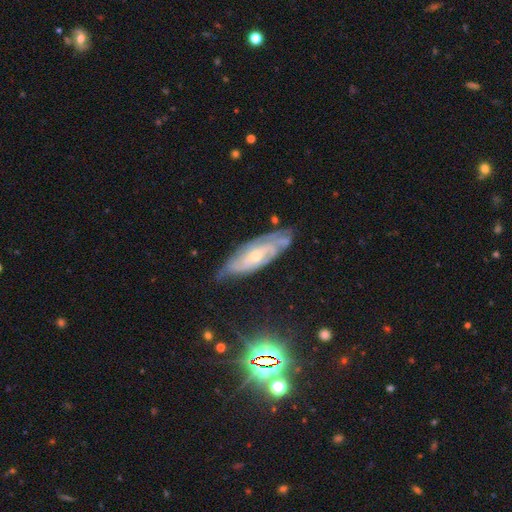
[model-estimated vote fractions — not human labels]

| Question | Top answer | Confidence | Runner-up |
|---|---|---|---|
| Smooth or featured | featured or disk | 82% | smooth (11%) |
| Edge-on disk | no | 86% | yes (14%) |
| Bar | no | 64% | weak (28%) |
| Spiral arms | yes | 94% | no (6%) |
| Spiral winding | tight | 65% | medium (28%) |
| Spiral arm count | can't tell | 39% | 2 (23%) |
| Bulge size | small | 59% | moderate (38%) |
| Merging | none | 69% | minor disturbance (23%) |